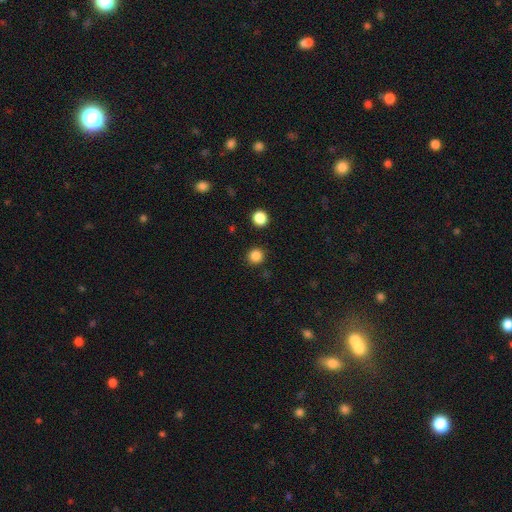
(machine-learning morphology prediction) A smooth galaxy with no disk features (84%) that is round (94%). Merging: none (91%).